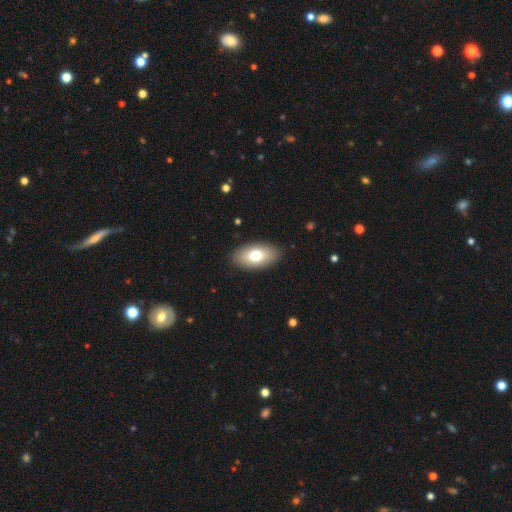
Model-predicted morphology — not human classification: This is likely a smooth galaxy (73%). How rounded: clearly in between (93%). Merging: clearly none (89%).